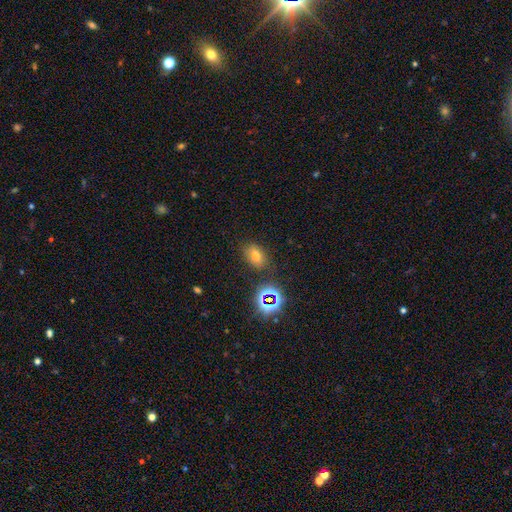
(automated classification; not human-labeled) A smooth galaxy with no disk features (59%) that is in between round and cigar-shaped (78%). Merging: none (81%).